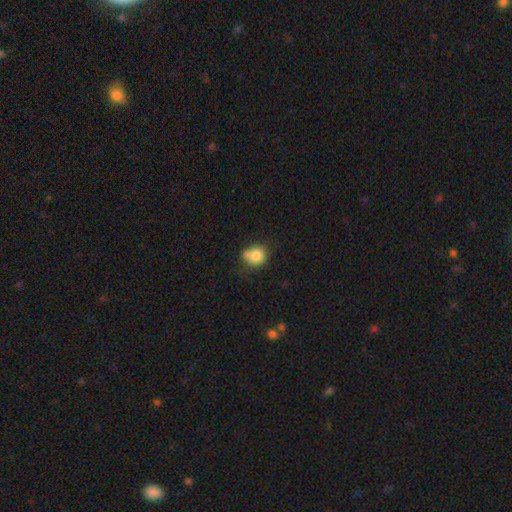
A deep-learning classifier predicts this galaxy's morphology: Smooth or featured?
  - smooth: 79% *
  - featured or disk: 11%
  - star or artifact: 10%
How rounded?
  - round: 75% *
  - in between: 24%
  - cigar-shaped: 1%
Merging?
  - none: 51% *
  - merger: 23%
  - minor disturbance: 20%
  - major disturbance: 6%